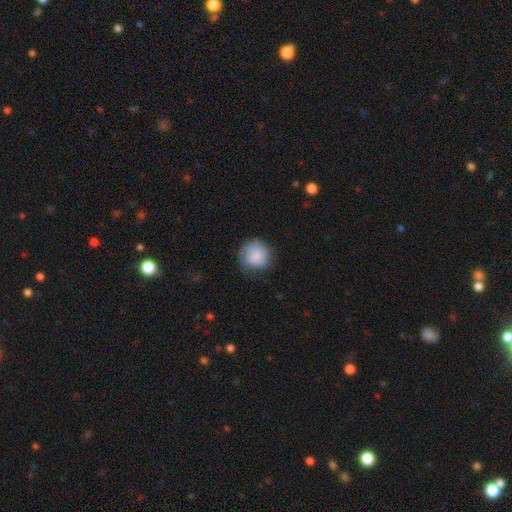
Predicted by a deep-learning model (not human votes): This is likely a smooth galaxy (78%). How rounded: clearly round (86%). Merging: likely none (64%).